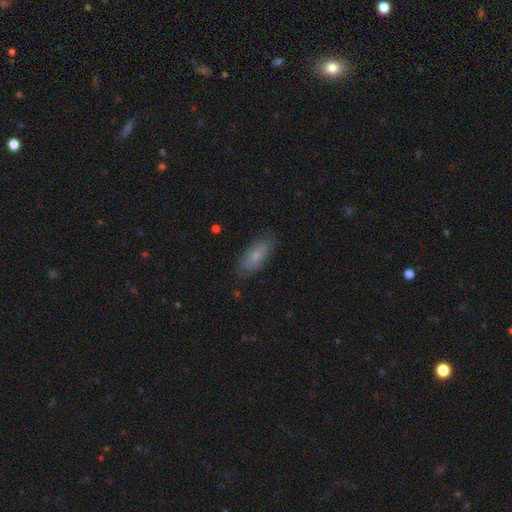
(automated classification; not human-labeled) Smooth or featured? smooth (77%)
How rounded? in between (79%)
Merging? none (82%)